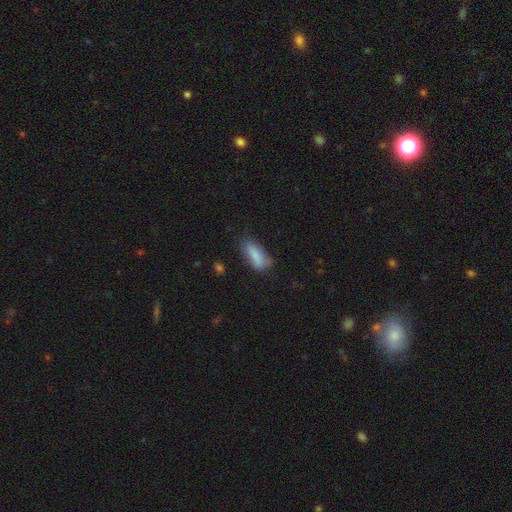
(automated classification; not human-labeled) Smooth or featured? Predicted: smooth (p=0.82). How rounded? Predicted: in between (p=0.72). Merging? Predicted: none (p=0.62).